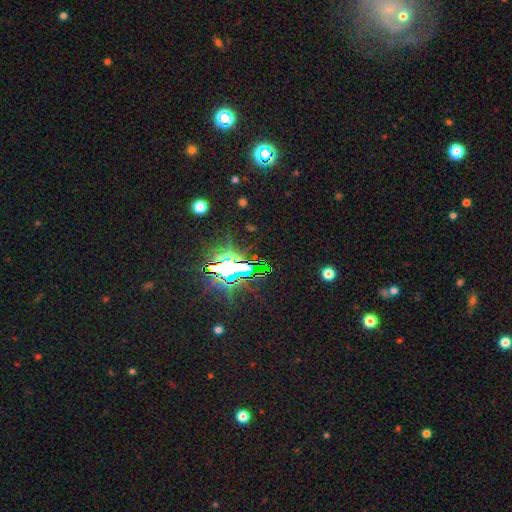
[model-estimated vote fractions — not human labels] Smooth or featured? star or artifact (79%)